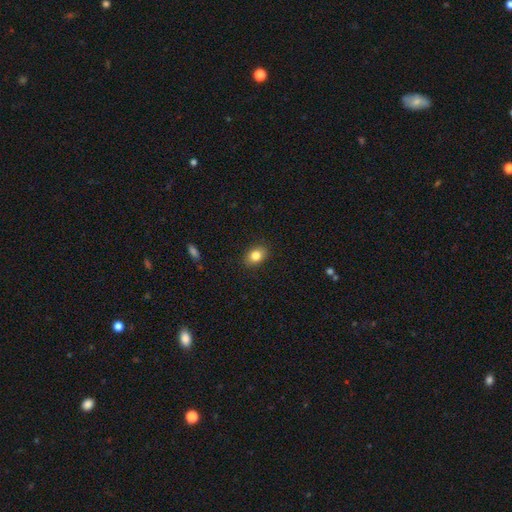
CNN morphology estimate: Q: Smooth or featured?
A: smooth (83%); runner-up: star or artifact (9%)
Q: How rounded?
A: in between (74%); runner-up: round (25%)
Q: Merging?
A: none (88%); runner-up: minor disturbance (9%)